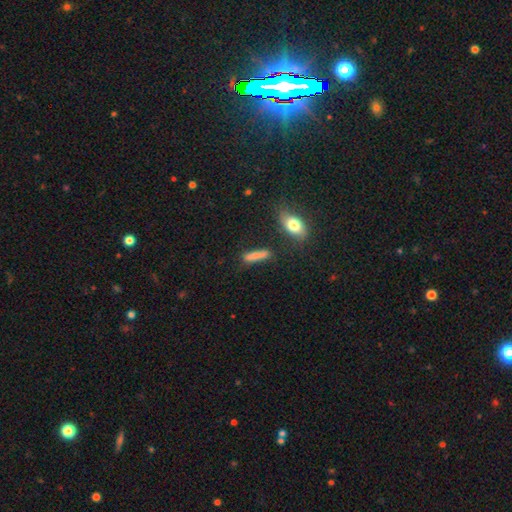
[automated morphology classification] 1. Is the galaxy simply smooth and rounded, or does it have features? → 77% smooth, 14% featured or disk, 9% star or artifact.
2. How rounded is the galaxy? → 79% cigar-shaped, 18% in between, 3% round.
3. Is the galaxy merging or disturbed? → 72% none, 16% minor disturbance, 8% merger, 5% major disturbance.